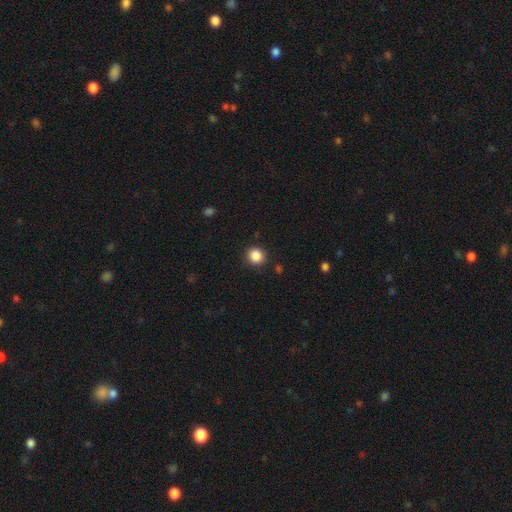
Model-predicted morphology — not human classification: A smooth galaxy with no disk features (87%) that is round (88%). Merging: none (89%).